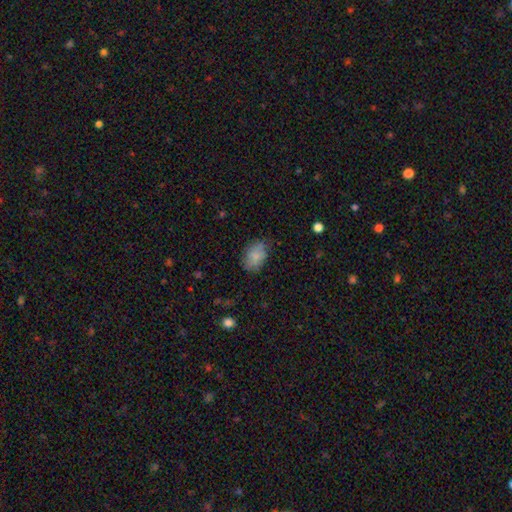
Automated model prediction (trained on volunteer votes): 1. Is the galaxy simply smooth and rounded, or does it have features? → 81% smooth, 11% featured or disk, 8% star or artifact.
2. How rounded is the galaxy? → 84% in between, 15% round, 1% cigar-shaped.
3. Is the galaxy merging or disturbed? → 71% none, 22% minor disturbance, 6% major disturbance, 1% merger.